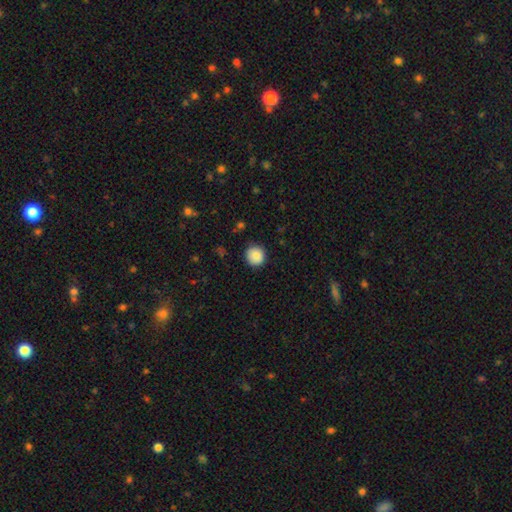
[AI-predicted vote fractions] A smooth galaxy with no disk features (88%) that is round (91%). Merging: none (88%).